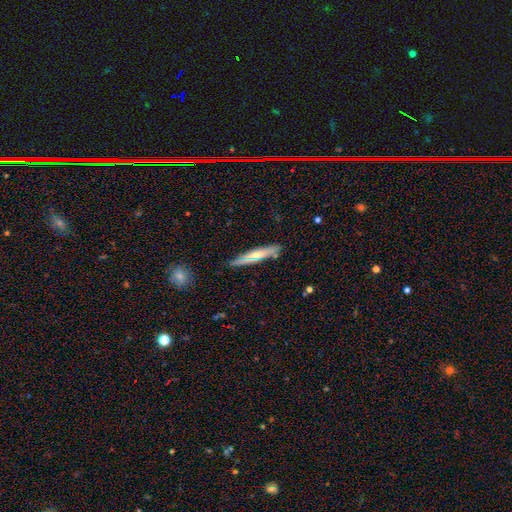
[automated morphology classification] A featured or disk galaxy (52%) viewed edge-on (87%). Merging: none (85%).